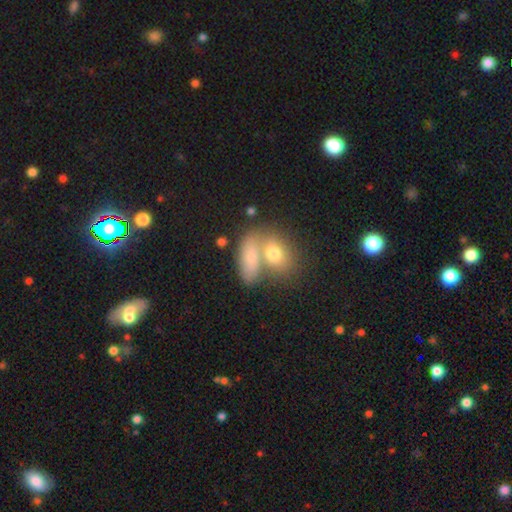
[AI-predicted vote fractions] A smooth galaxy with no disk features (65%) that is in between round and cigar-shaped (67%). Merging: merger (49%).